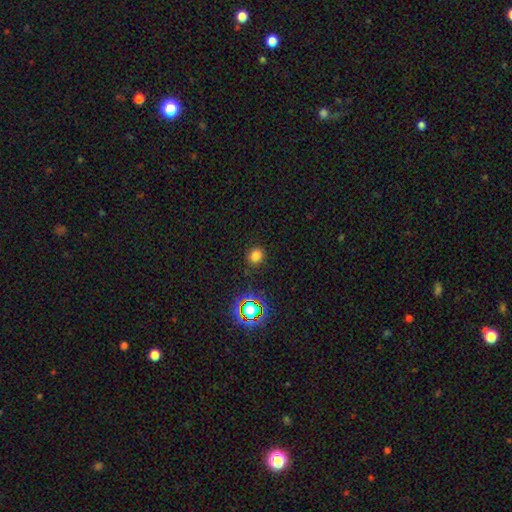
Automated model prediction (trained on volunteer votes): smooth_or_featured: smooth (p=0.75) [alt: star or artifact p=0.20]
how_rounded: round (p=0.77) [alt: in between p=0.22]
merging: none (p=0.88) [alt: minor disturbance p=0.08]